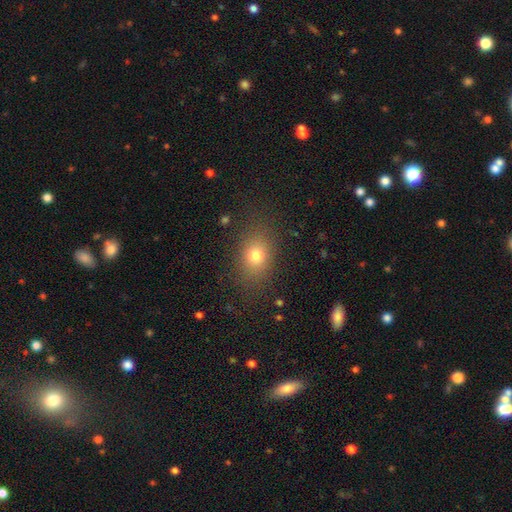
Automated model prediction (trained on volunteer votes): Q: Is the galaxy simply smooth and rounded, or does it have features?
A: smooth — 76%.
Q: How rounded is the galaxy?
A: in between — 61%.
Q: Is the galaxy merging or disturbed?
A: none — 83%.